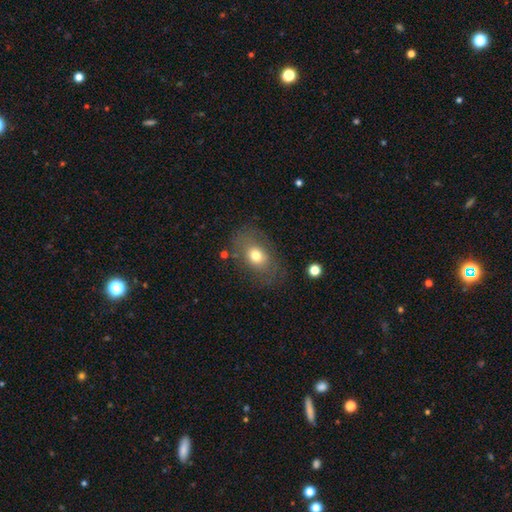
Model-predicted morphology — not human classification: A smooth galaxy with no disk features (68%) that is in between round and cigar-shaped (75%). Merging: none (72%).